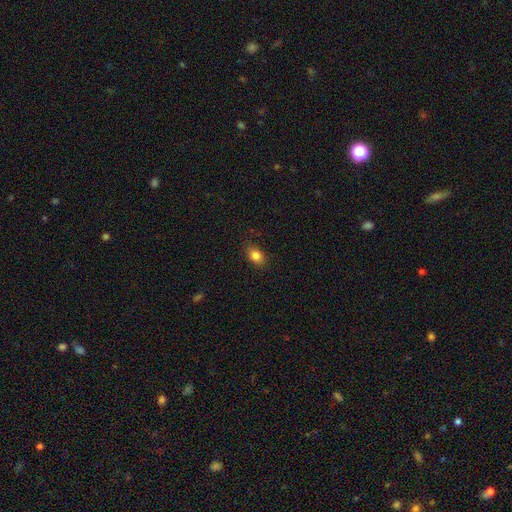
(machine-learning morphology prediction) Smooth or featured?
  - smooth: 84% *
  - star or artifact: 9%
  - featured or disk: 7%
How rounded?
  - in between: 78% *
  - round: 20%
  - cigar-shaped: 2%
Merging?
  - none: 84% *
  - minor disturbance: 13%
  - major disturbance: 3%
  - merger: 1%